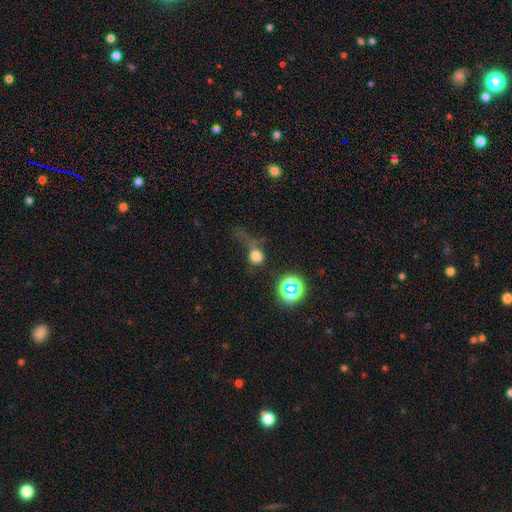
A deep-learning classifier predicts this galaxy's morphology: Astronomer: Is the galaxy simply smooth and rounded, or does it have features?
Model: smooth — 66%.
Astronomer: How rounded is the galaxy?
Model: round — 70%.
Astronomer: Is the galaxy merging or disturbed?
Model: major disturbance — 45% (runner-up: none, 26%).